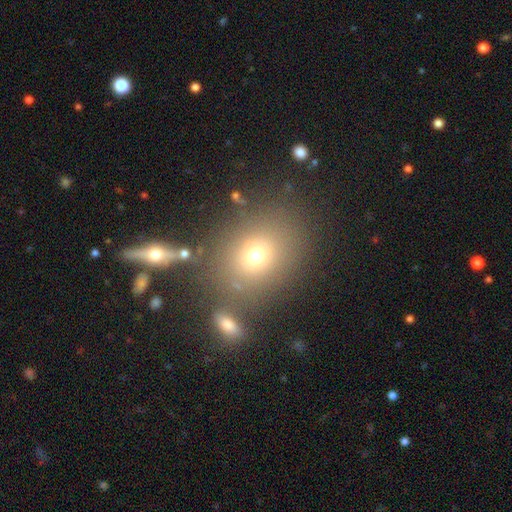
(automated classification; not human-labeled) The model was most divided on "how rounded": round: 58%, in between: 41%, cigar-shaped: 1%. More confident: merging — none (74%); smooth or featured — smooth (68%).